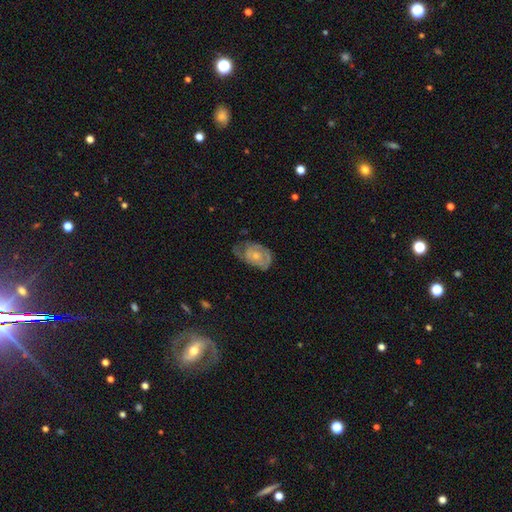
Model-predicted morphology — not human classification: A featured or disk galaxy (66%) with no bar (79%), spiral arms (77%) and a small central bulge (47%). Merging: none (43%).